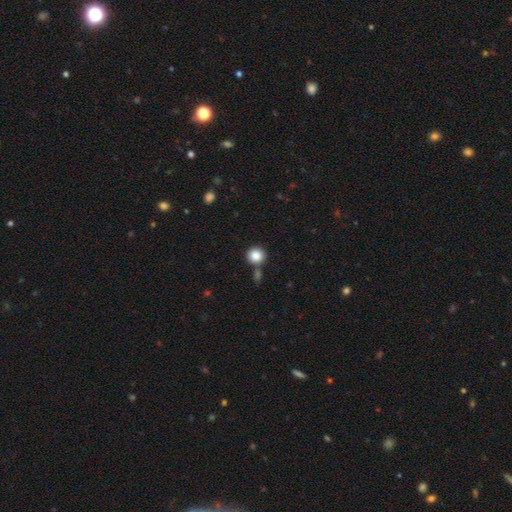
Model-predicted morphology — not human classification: This is clearly a smooth galaxy (86%). How rounded: clearly round (91%). Merging: likely none (73%).